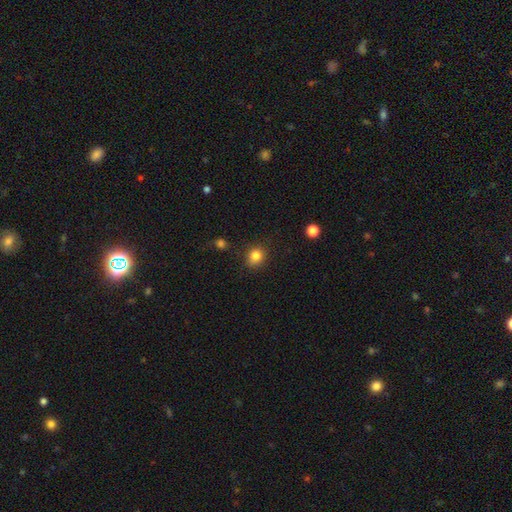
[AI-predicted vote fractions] Smooth or featured? Predicted: smooth (p=0.82). How rounded? Predicted: round (p=0.71). Merging? Predicted: none (p=0.83).